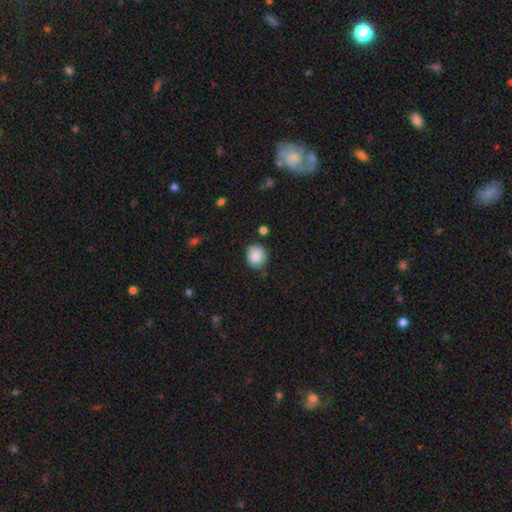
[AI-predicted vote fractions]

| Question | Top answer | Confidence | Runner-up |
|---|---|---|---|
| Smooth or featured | smooth | 86% | star or artifact (8%) |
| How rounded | round | 80% | in between (19%) |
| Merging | none | 78% | minor disturbance (16%) |